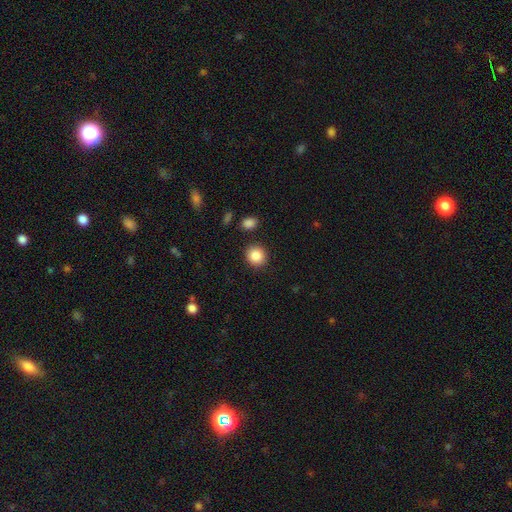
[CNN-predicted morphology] The model was most divided on "smooth or featured": smooth: 86%, star or artifact: 9%, featured or disk: 5%. More confident: how rounded — round (90%); merging — none (89%).